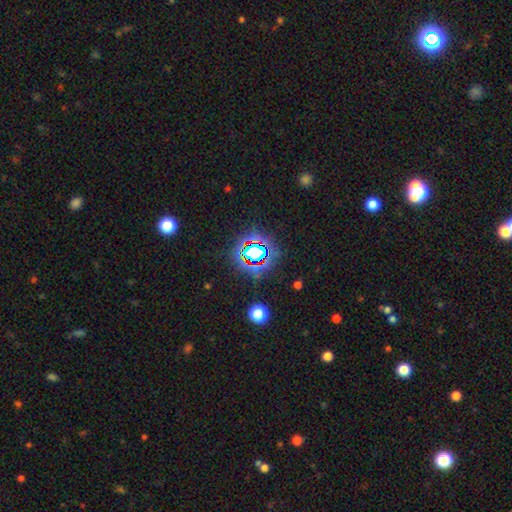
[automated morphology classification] Smooth or featured? Predicted: star or artifact (p=0.71).